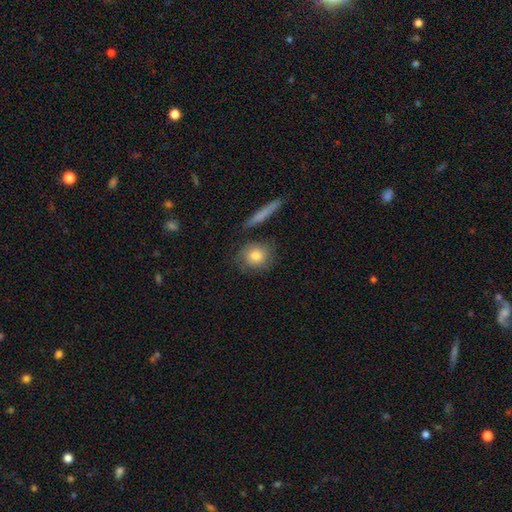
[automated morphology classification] Overall: smooth (76%). How rounded: round (79%). Merging: none (74%).